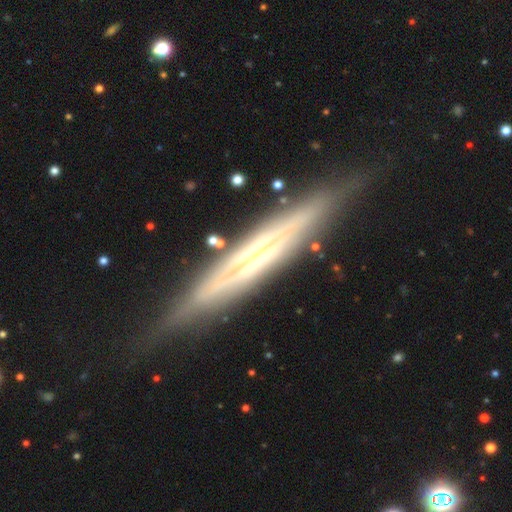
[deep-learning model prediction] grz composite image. It shows a featured or disk galaxy (79%) viewed edge-on (93%) with no central bulge (40%, tied with rounded). Merging: none (83%).